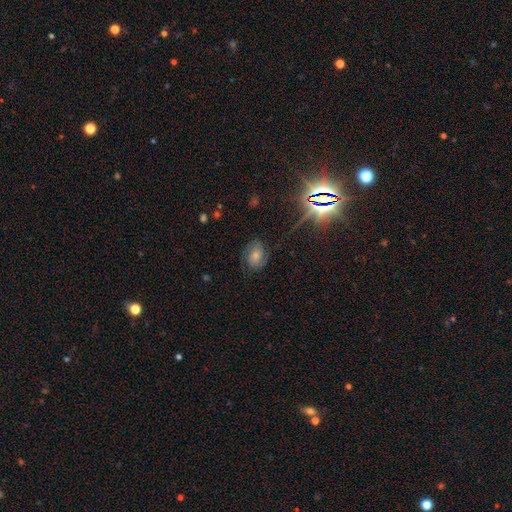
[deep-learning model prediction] This appears to be a featured or disk galaxy (44%). Merging: none (68%).